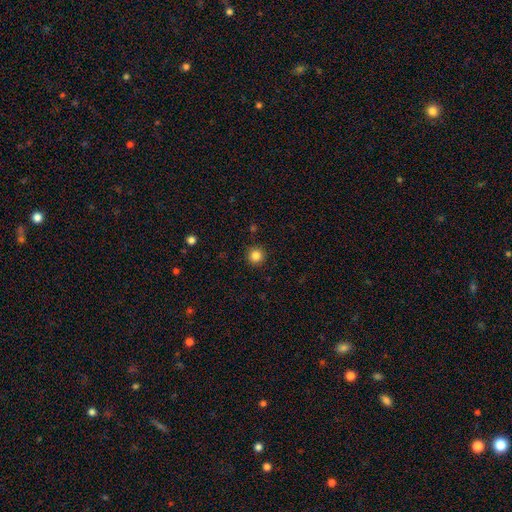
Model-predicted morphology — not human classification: smooth 84%, star or artifact 11%, featured or disk 4%. Down the decision tree: how rounded — round (95%); merging — none (92%).